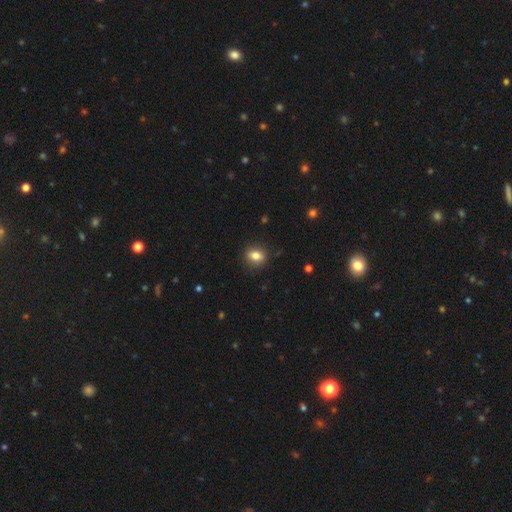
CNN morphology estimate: The model was most divided on "how rounded": in between: 56%, round: 42%, cigar-shaped: 2%. More confident: merging — none (86%); smooth or featured — smooth (82%).